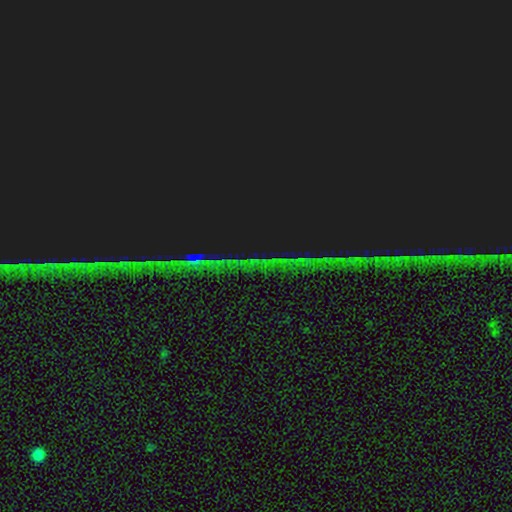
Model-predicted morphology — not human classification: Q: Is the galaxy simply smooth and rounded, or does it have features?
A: star or artifact — 86%.